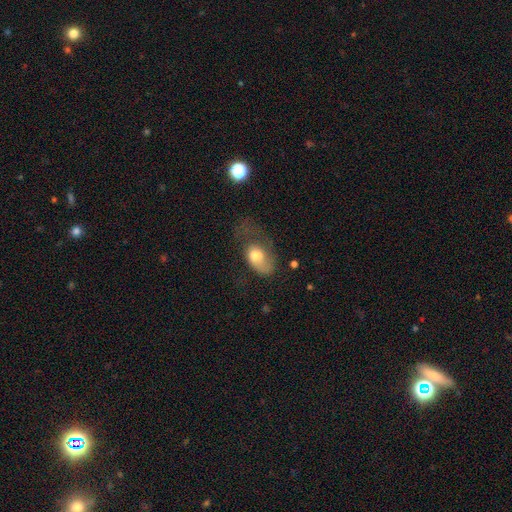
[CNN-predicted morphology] A smooth galaxy with no disk features (59%) that is in between round and cigar-shaped (85%). Merging: major disturbance (53%).